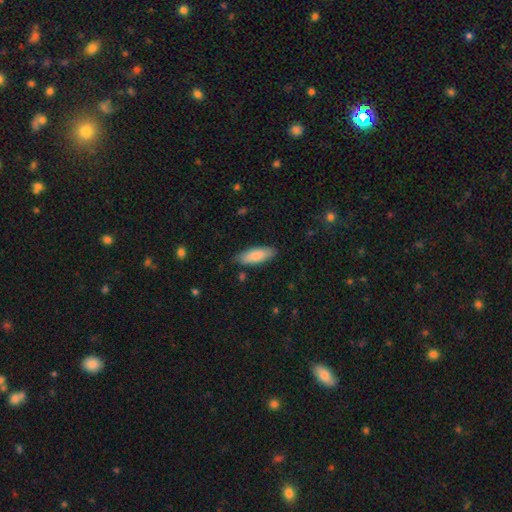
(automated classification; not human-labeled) This is clearly a smooth galaxy (83%). How rounded: likely in between (65%). Merging: clearly none (83%).